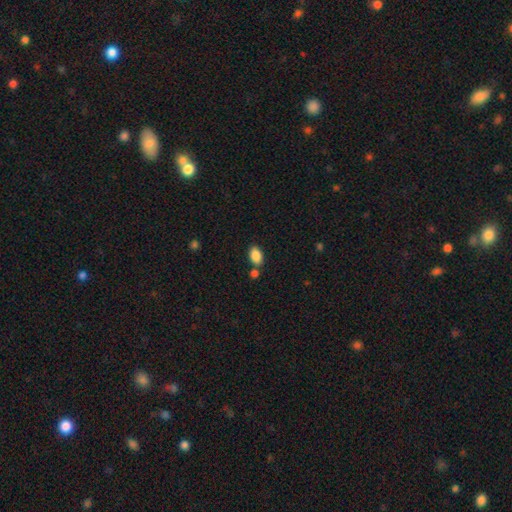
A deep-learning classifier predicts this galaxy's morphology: A smooth galaxy with no disk features (87%) that is in between round and cigar-shaped (91%). Merging: none (69%).